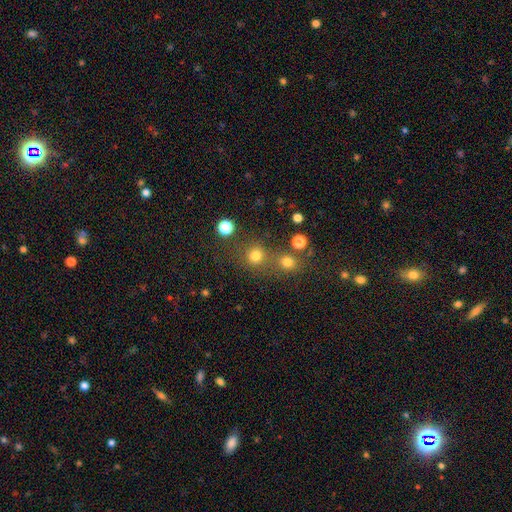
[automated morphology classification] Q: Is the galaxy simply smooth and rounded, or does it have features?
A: smooth — 77%.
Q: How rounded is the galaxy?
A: round — 90%.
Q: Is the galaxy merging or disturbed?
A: none — 65%.